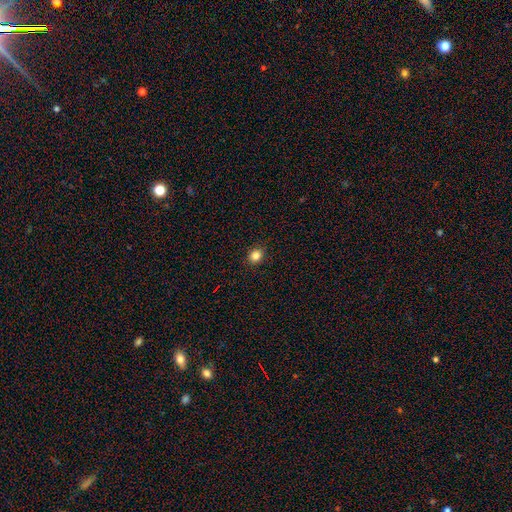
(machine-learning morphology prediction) Smooth or featured? smooth (84%)
How rounded? round (73%)
Merging? none (91%)